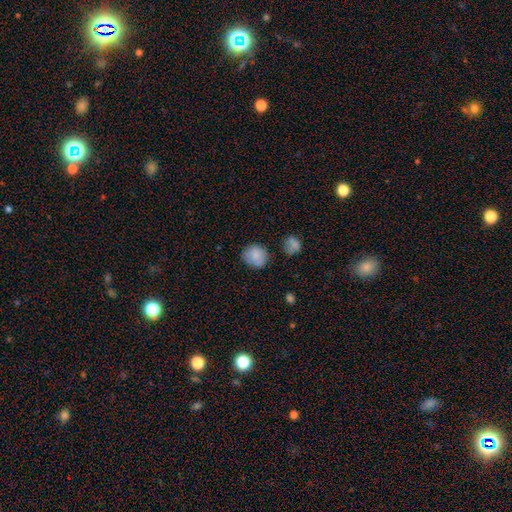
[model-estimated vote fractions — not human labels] The model was most divided on "merging": none: 74%, minor disturbance: 17%, merger: 4%, major disturbance: 4%. More confident: smooth or featured — smooth (84%); how rounded — round (79%).